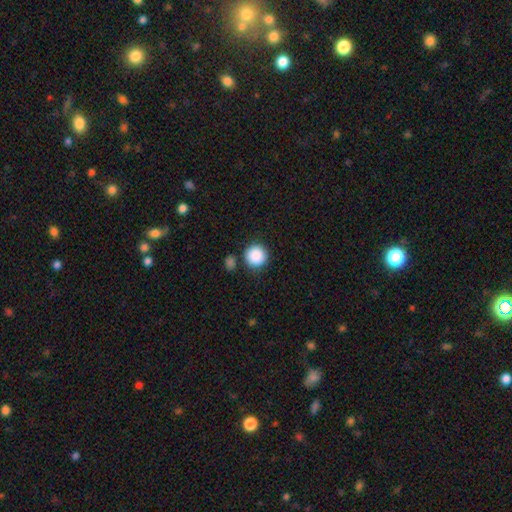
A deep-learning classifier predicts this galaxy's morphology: A smooth galaxy with no disk features (89%) that is round (94%). Merging: none (82%).